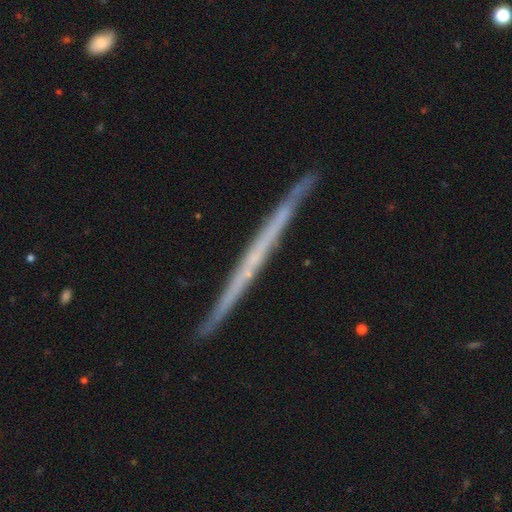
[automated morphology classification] Smooth or featured: featured or disk — 69% (smooth — 25%)
Edge-on disk: yes — 97% (no — 3%)
Edge-on bulge: none — 91% (rounded — 6%)
Merging: none — 90% (minor disturbance — 8%)